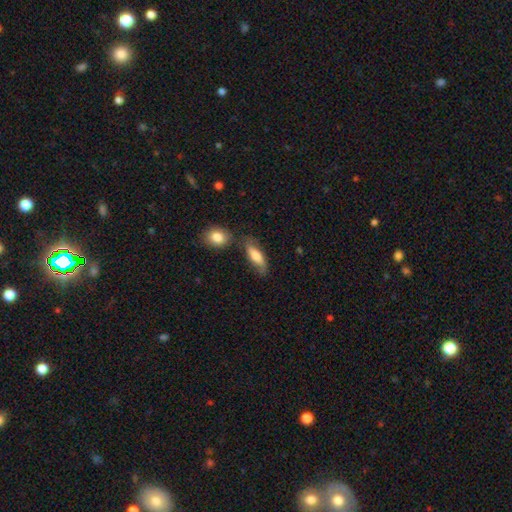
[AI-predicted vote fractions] A smooth galaxy with no disk features (70%) that is in between round and cigar-shaped (65%). Merging: none (63%).